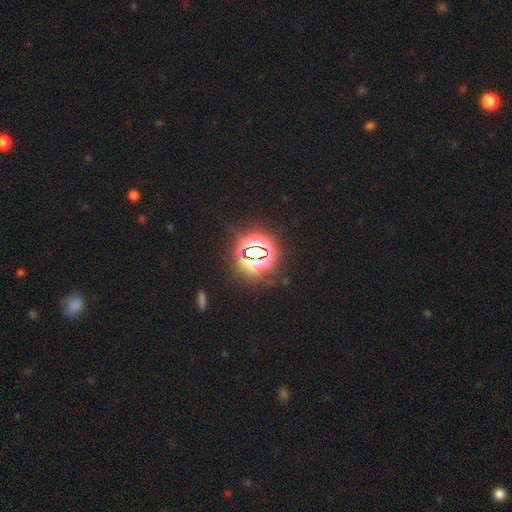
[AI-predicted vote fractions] Smooth or featured? star or artifact (82%)